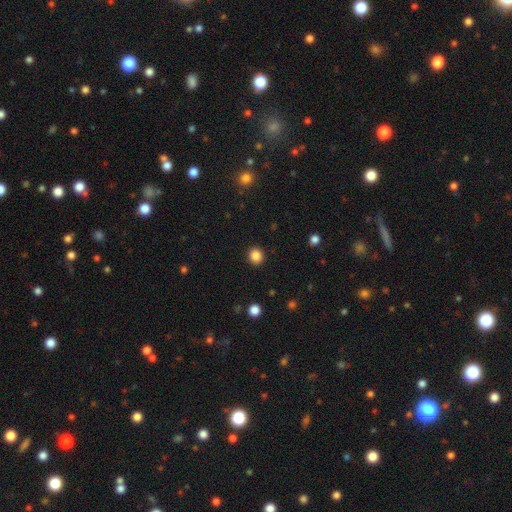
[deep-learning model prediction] smooth-or-featured: smooth: 86% | star or artifact: 11% | featured or disk: 3%
  how-rounded: round: 83% | in between: 16% | cigar-shaped: 1%
  merging: none: 91% | minor disturbance: 5% | major disturbance: 2% | merger: 1%